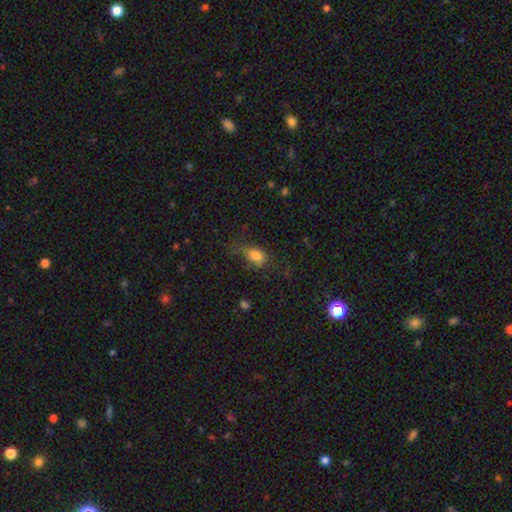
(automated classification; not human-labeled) smooth_or_featured: smooth (p=0.76) [alt: star or artifact p=0.13]
how_rounded: in between (p=0.80) [alt: round p=0.16]
merging: none (p=0.38) [alt: major disturbance p=0.30]